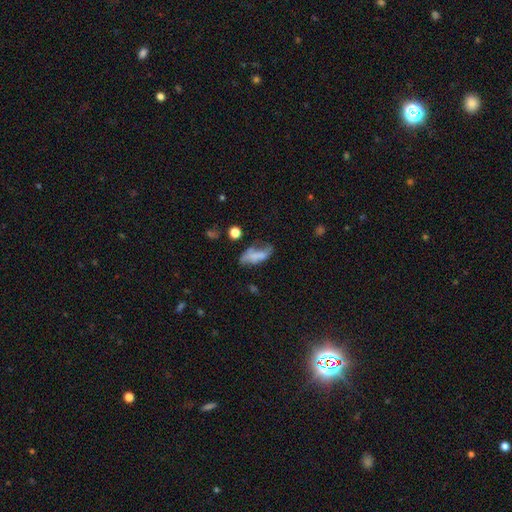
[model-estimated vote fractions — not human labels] Morphology: type=smooth (53%); roundness=in between (75%); merging=none (32%).